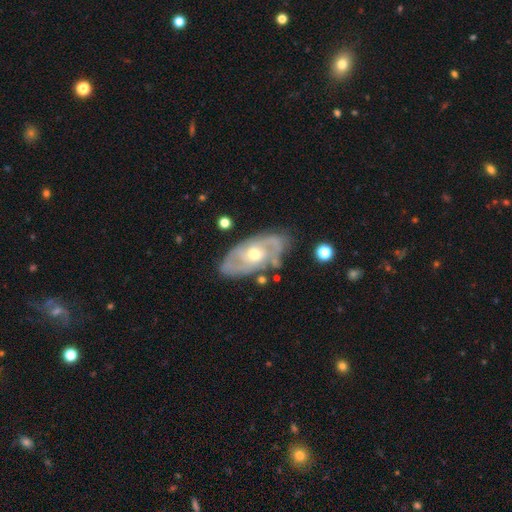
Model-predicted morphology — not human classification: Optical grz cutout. It shows a featured or disk galaxy (82%) with no bar (66%), 2 (51%) tight (52%) spiral arms (86%) and a moderate central bulge (68%). Merging: none (75%).